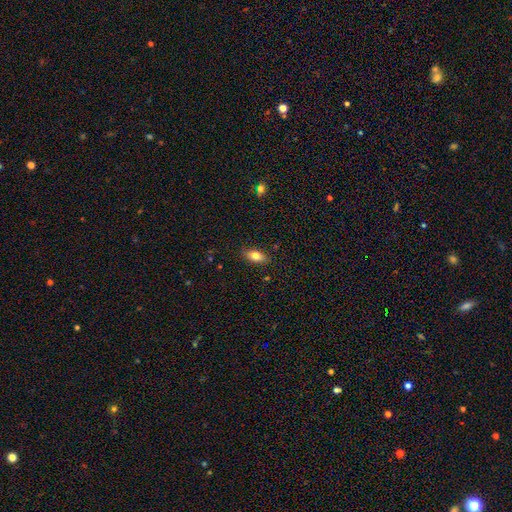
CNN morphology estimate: Smooth or featured: smooth — 75% (featured or disk — 17%)
How rounded: in between — 83% (cigar-shaped — 12%)
Merging: none — 86% (minor disturbance — 10%)